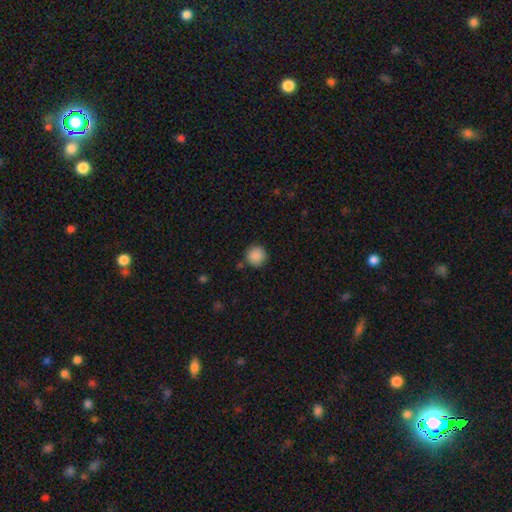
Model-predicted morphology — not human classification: Smooth or featured: smooth — 89% (star or artifact — 9%)
How rounded: round — 94% (in between — 5%)
Merging: none — 86% (minor disturbance — 9%)